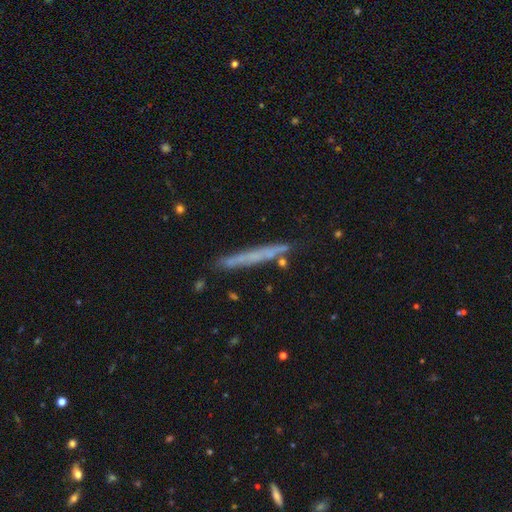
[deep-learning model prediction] Smooth or featured: smooth — 49% (featured or disk — 42%)
Merging: none — 84% (minor disturbance — 11%)